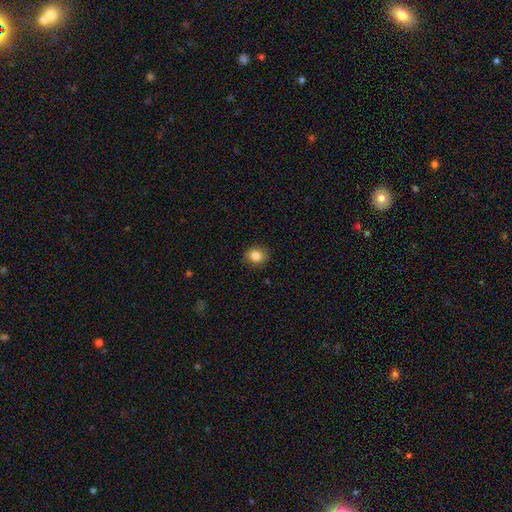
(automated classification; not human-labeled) Smooth or featured?
  - smooth: 84% *
  - star or artifact: 9%
  - featured or disk: 7%
How rounded?
  - round: 65% *
  - in between: 34%
  - cigar-shaped: 1%
Merging?
  - none: 88% *
  - minor disturbance: 9%
  - major disturbance: 2%
  - merger: 1%